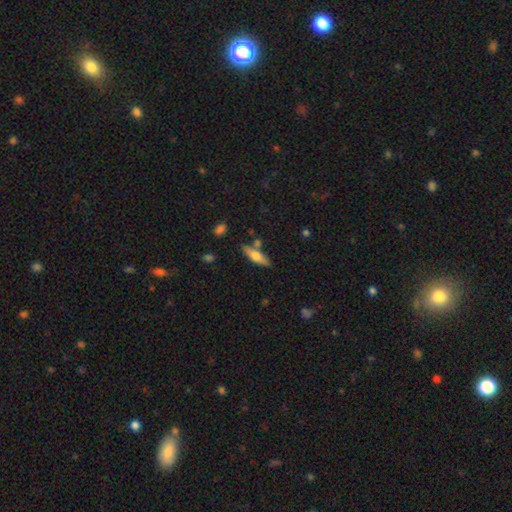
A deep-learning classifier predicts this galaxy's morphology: Q: Smooth or featured?
A: smooth (57%); runner-up: featured or disk (37%)
Q: How rounded?
A: cigar-shaped (60%); runner-up: in between (38%)
Q: Merging?
A: none (75%); runner-up: minor disturbance (13%)